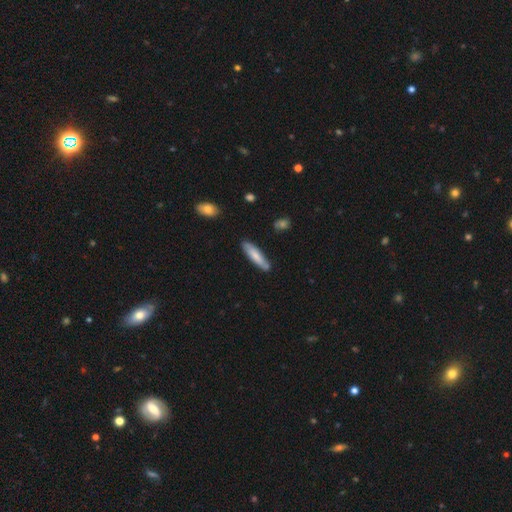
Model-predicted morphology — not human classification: Smooth or featured? Predicted: smooth (p=0.71). How rounded? Predicted: cigar-shaped (p=0.76). Merging? Predicted: none (p=0.80).